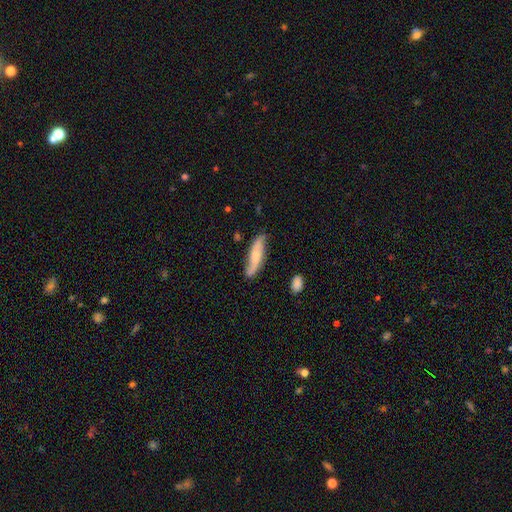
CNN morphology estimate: smooth-or-featured: featured or disk: 52% | smooth: 42% | star or artifact: 6%
  disk-edge-on: no: 68% | yes: 32%
  merging: none: 75% | minor disturbance: 19% | major disturbance: 4% | merger: 2%